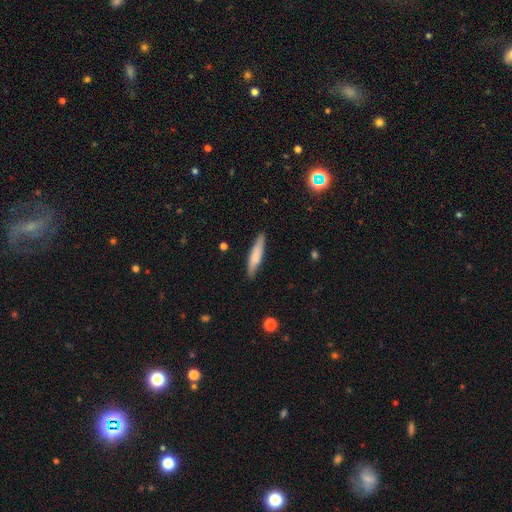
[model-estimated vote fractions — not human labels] A smooth galaxy with no disk features (71%) that is cigar-shaped (85%). Merging: none (87%).